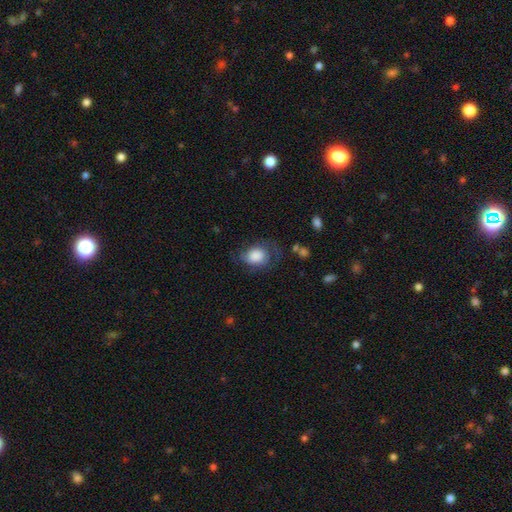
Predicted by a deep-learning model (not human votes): A smooth galaxy with no disk features (60%) that is in between round and cigar-shaped (54%).

Vote fractions:
- Smooth or featured? smooth: 60% / featured or disk: 31% / star or artifact: 8%
- How rounded? in between: 54% / round: 45% / cigar-shaped: 1%
- Merging? none: 52% / minor disturbance: 26% / major disturbance: 19% / merger: 2%